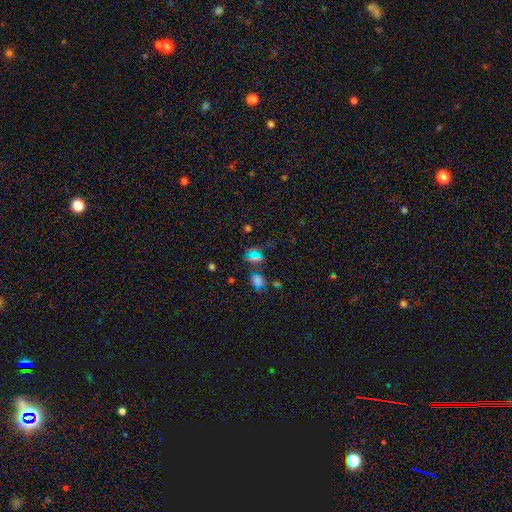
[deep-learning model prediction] smooth_or_featured: smooth (p=0.48) [alt: star or artifact p=0.42]
merging: none (p=0.63) [alt: minor disturbance p=0.17]